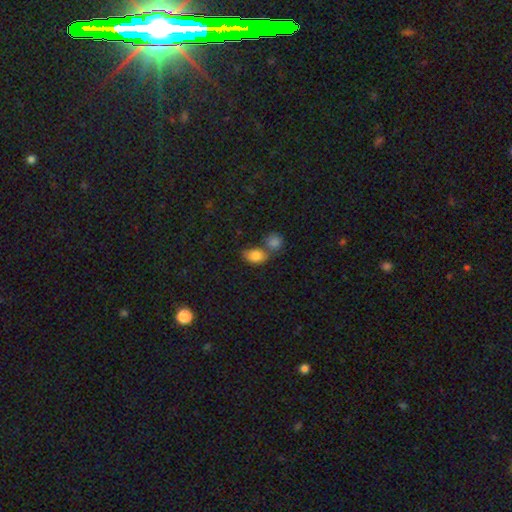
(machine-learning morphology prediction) smooth 82%, star or artifact 10%, featured or disk 8%. Down the decision tree: how rounded — in between (69%); merging — merger (44%).